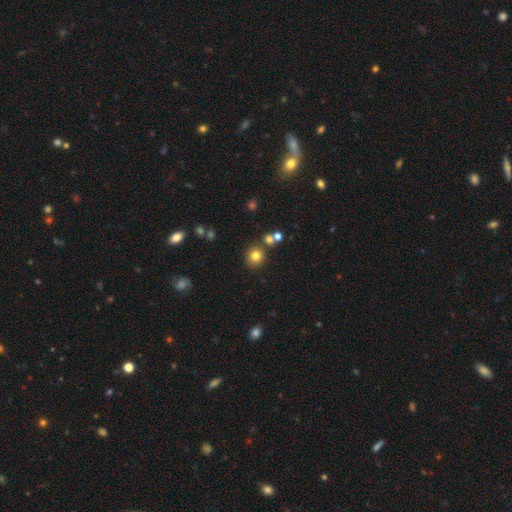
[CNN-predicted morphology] Smooth or featured? smooth (79%)
How rounded? round (85%)
Merging? none (79%)